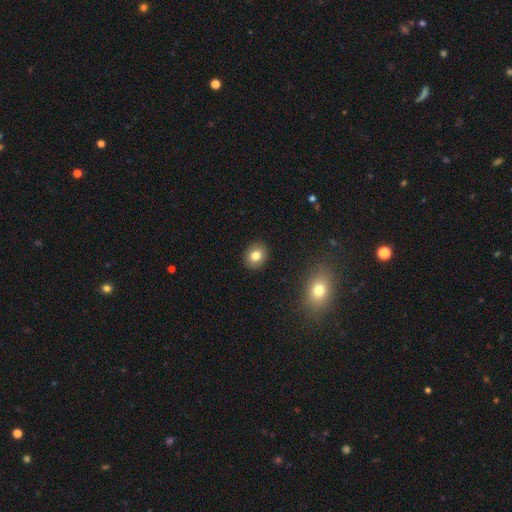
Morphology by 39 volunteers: Volunteers were most divided on "merging": none: 80%, minor disturbance: 14%, major disturbance: 3%, merger: 3%. More confident: how rounded — round (87%); smooth or featured — smooth (79%).